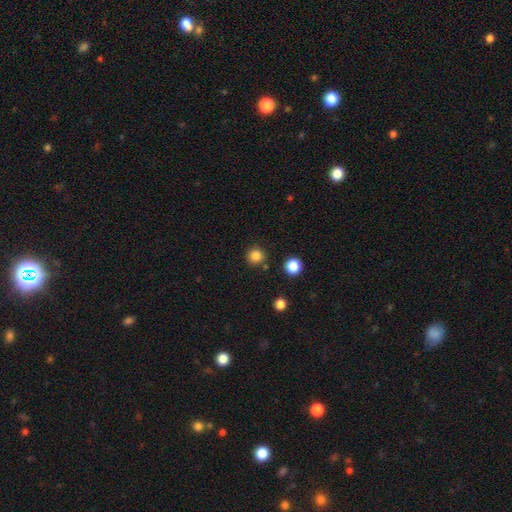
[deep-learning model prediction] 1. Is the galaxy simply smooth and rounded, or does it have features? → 83% smooth, 13% star or artifact, 4% featured or disk.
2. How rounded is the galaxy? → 94% round, 5% in between, 1% cigar-shaped.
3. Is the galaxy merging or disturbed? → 88% none, 7% minor disturbance, 4% merger, 2% major disturbance.